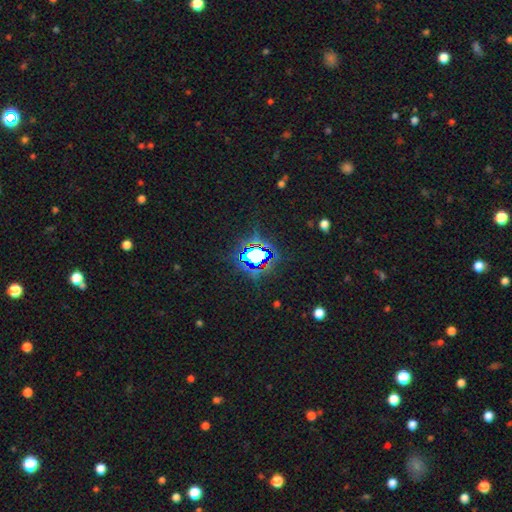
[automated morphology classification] Smooth or featured? star or artifact (71%)